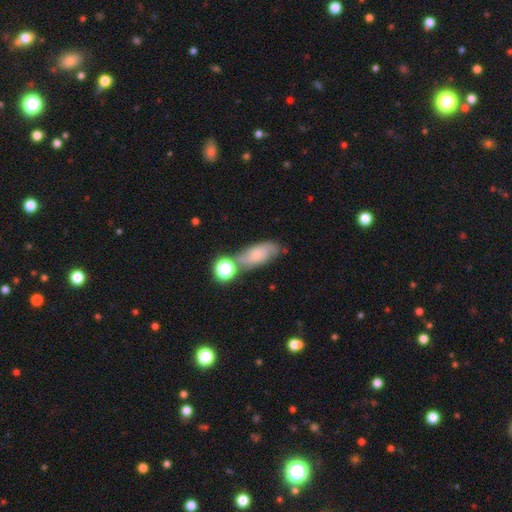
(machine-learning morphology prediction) This is possibly a smooth galaxy (51%). How rounded: likely in between (78%). Merging: possibly none (52%).